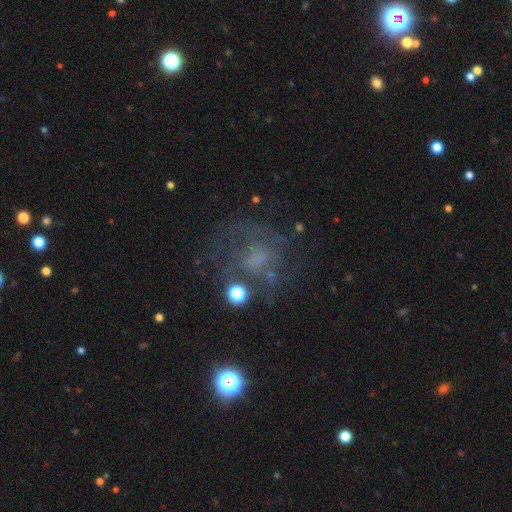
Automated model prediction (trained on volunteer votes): Q: Smooth or featured?
A: featured or disk (51%); runner-up: star or artifact (26%)
Q: Edge-on disk?
A: no (97%); runner-up: yes (3%)
Q: Merging?
A: none (54%); runner-up: major disturbance (24%)